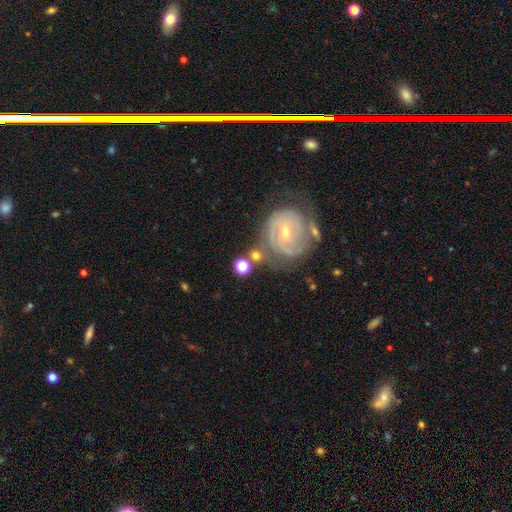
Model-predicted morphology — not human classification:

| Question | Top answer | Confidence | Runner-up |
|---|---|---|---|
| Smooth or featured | featured or disk | 50% | smooth (40%) |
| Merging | none | 62% | minor disturbance (16%) |